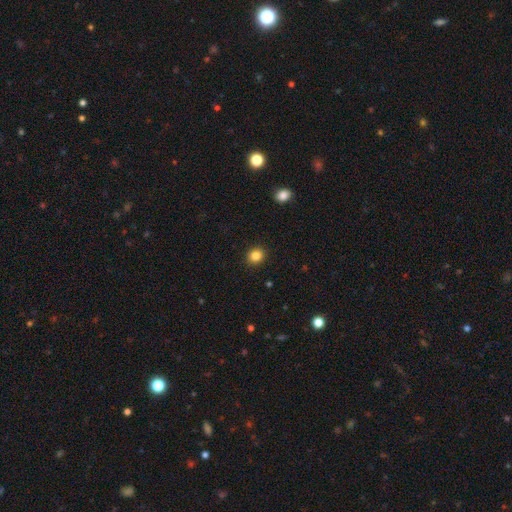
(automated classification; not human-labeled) smooth_or_featured: smooth (p=0.85) [alt: star or artifact p=0.11]
how_rounded: round (p=0.79) [alt: in between p=0.20]
merging: none (p=0.92) [alt: minor disturbance p=0.05]